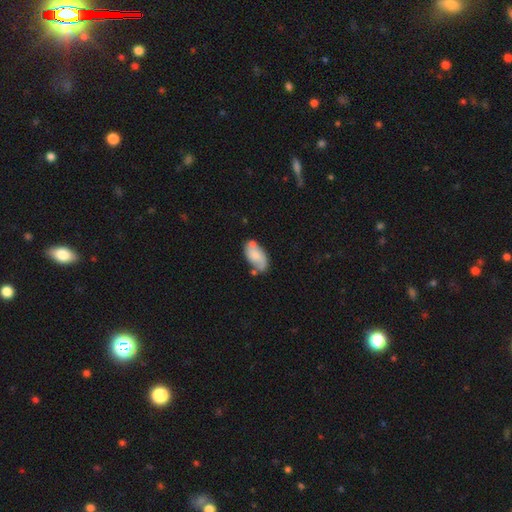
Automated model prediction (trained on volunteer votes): Smooth or featured? Predicted: smooth (p=0.56). How rounded? Predicted: in between (p=0.93). Merging? Predicted: none (p=0.52).